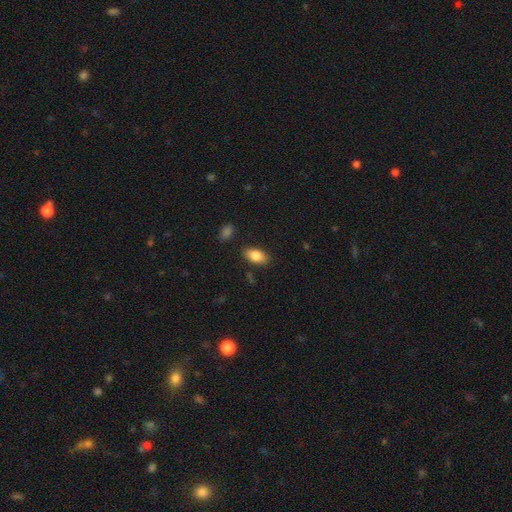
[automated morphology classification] type=smooth (85%); roundness=in between (92%); merging=none (85%).